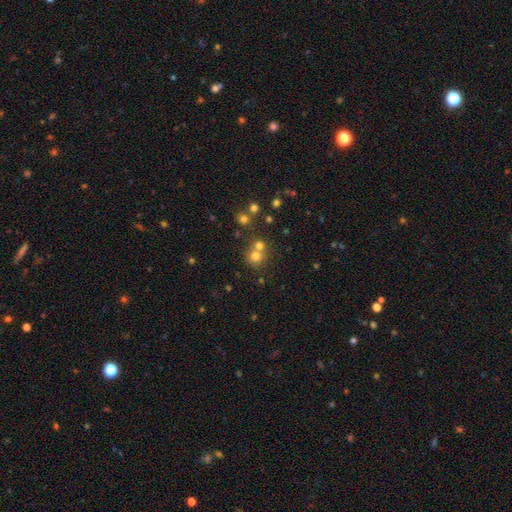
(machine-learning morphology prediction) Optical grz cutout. It shows a smooth galaxy with no disk features (70%) that is round (88%). Merging: none (53%).